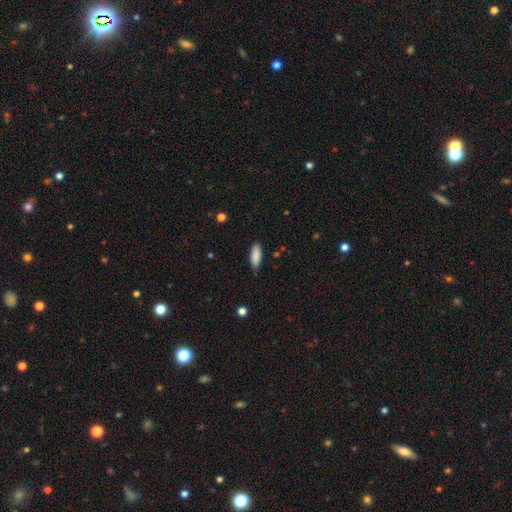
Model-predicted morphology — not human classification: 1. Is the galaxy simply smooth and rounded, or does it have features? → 88% smooth, 6% star or artifact, 5% featured or disk.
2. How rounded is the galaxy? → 72% in between, 27% cigar-shaped, 2% round.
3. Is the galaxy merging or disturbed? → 79% none, 17% minor disturbance, 3% major disturbance, 1% merger.